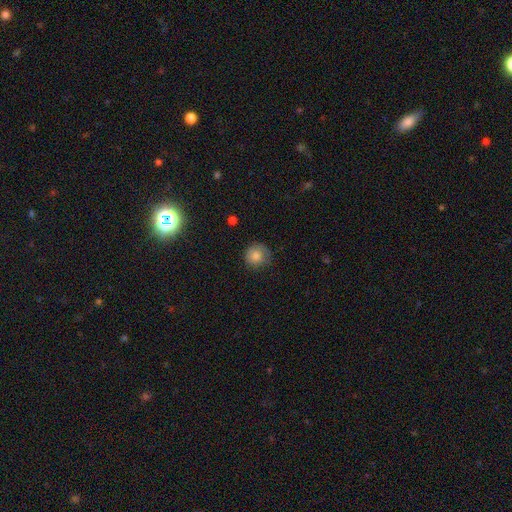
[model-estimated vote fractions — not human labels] Overall: smooth (80%). How rounded: round (90%). Merging: none (72%).